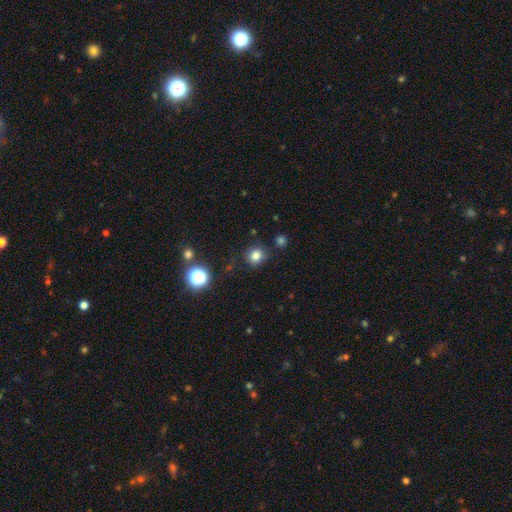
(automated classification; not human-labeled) smooth-or-featured: smooth: 81% | star or artifact: 14% | featured or disk: 5%
  how-rounded: round: 86% | in between: 13% | cigar-shaped: 1%
  merging: none: 84% | minor disturbance: 10% | major disturbance: 3% | merger: 3%